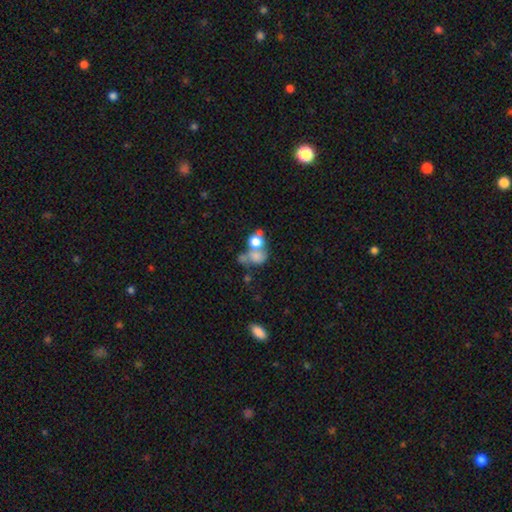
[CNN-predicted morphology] Smooth or featured?
  - smooth: 67% *
  - featured or disk: 20%
  - star or artifact: 13%
How rounded?
  - round: 50% *
  - in between: 48%
  - cigar-shaped: 2%
Merging?
  - merger: 55% *
  - none: 23%
  - major disturbance: 13%
  - minor disturbance: 10%